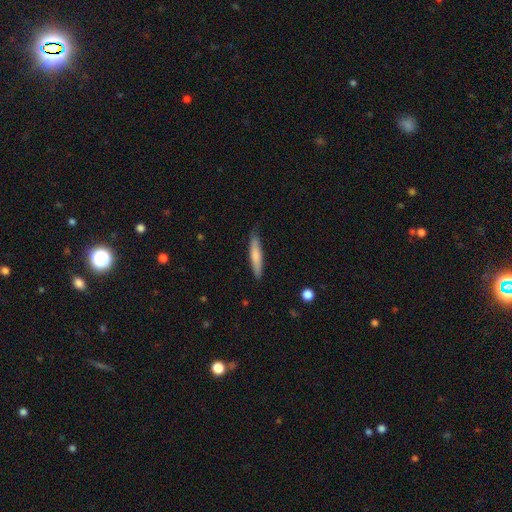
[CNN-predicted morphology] Smooth or featured: smooth — 72% (featured or disk — 22%)
How rounded: cigar-shaped — 89% (in between — 10%)
Merging: none — 83% (minor disturbance — 13%)